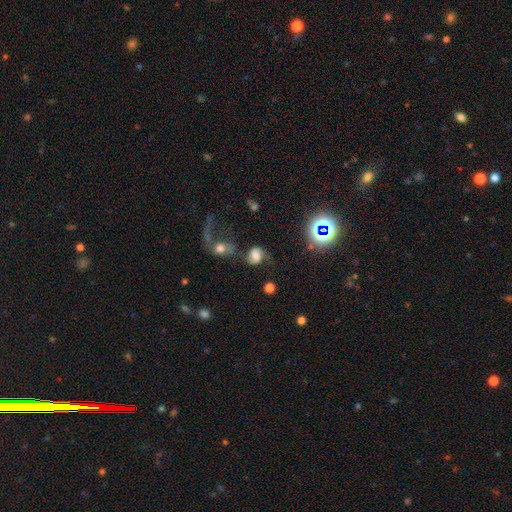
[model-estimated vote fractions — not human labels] Morphology: type=smooth (45%); merging=none (43%).